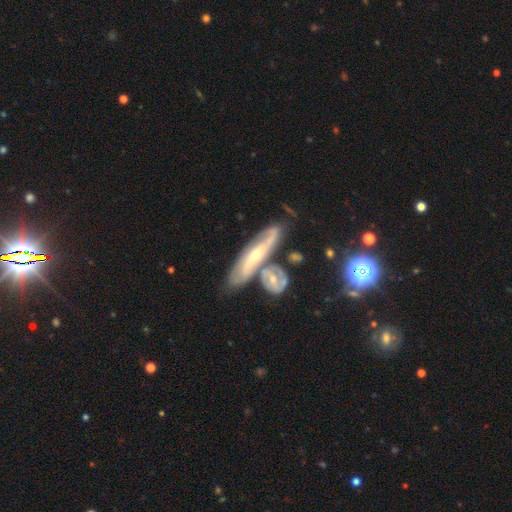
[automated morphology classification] Smooth or featured?
  - featured or disk: 76% *
  - smooth: 17%
  - star or artifact: 7%
Edge-on disk?
  - no: 67% *
  - yes: 33%
Bar?
  - no: 49% *
  - weak: 32%
  - strong: 19%
Spiral arms?
  - yes: 86% *
  - no: 14%
Bulge size?
  - small: 52% *
  - moderate: 44%
  - large: 2%
  - none: 2%
  - dominant: 1%
Merging?
  - none: 52% *
  - merger: 27%
  - minor disturbance: 15%
  - major disturbance: 6%